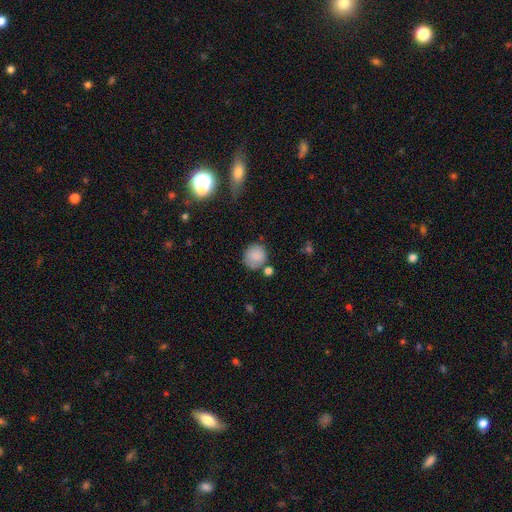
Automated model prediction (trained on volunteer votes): Overall: smooth (84%). How rounded: round (87%). Merging: none (68%).